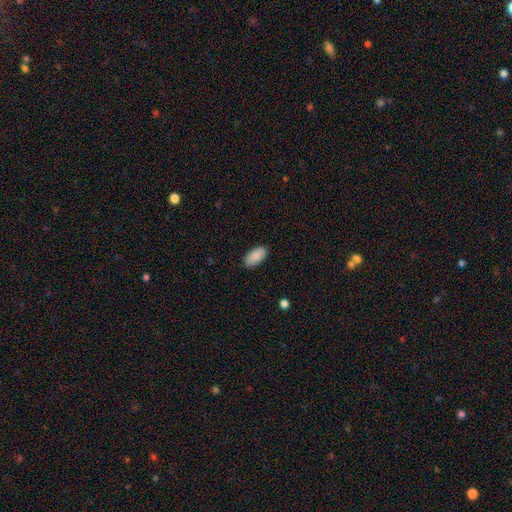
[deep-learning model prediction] Overall: smooth (89%). How rounded: in between (95%). Merging: none (87%).